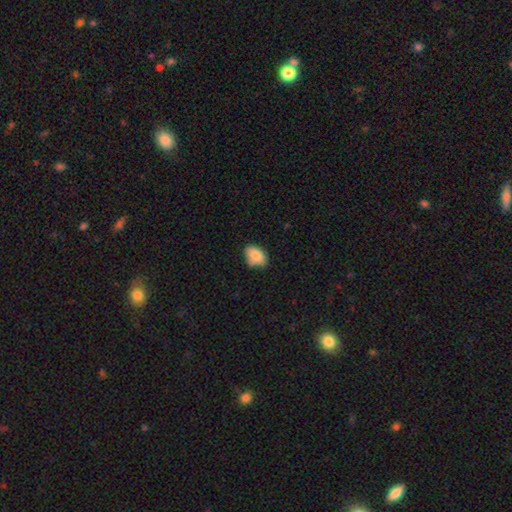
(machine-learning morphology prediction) This appears to be a smooth galaxy with no disk features (84%) that is in between round and cigar-shaped (84%). Merging: none (66%).